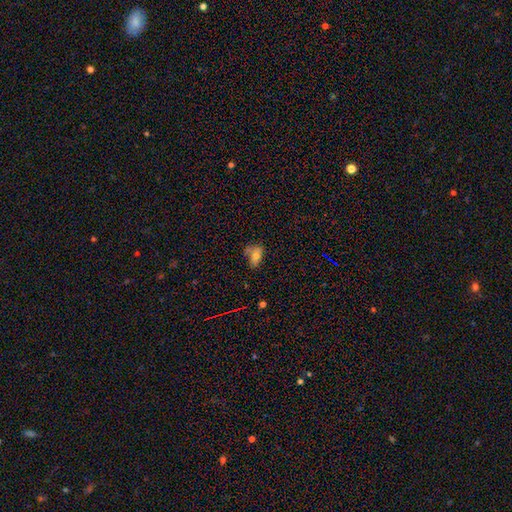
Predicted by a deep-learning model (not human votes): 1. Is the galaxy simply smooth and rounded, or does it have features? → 67% smooth, 17% featured or disk, 16% star or artifact.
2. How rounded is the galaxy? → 85% in between, 10% round, 5% cigar-shaped.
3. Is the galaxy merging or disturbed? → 46% none, 28% minor disturbance, 15% major disturbance, 12% merger.